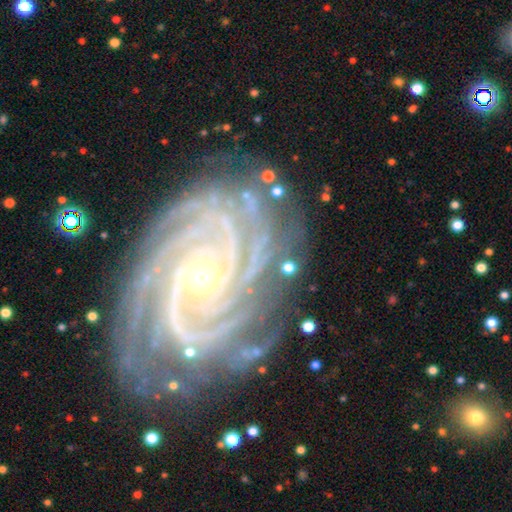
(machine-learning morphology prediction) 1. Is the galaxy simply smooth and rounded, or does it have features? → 93% featured or disk, 4% star or artifact, 2% smooth.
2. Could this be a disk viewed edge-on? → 98% no, 2% yes.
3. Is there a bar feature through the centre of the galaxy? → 58% no, 25% weak, 17% strong.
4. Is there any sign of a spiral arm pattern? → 99% yes, 1% no.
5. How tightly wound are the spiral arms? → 81% tight, 17% medium, 2% loose.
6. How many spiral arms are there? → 26% 4, 24% more than 4, 19% 3, 11% can't tell, 11% 2, 8% 1.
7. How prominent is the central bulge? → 49% moderate, 47% small, 2% large, 1% none, 1% dominant.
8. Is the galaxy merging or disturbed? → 78% none, 15% minor disturbance, 5% major disturbance, 2% merger.